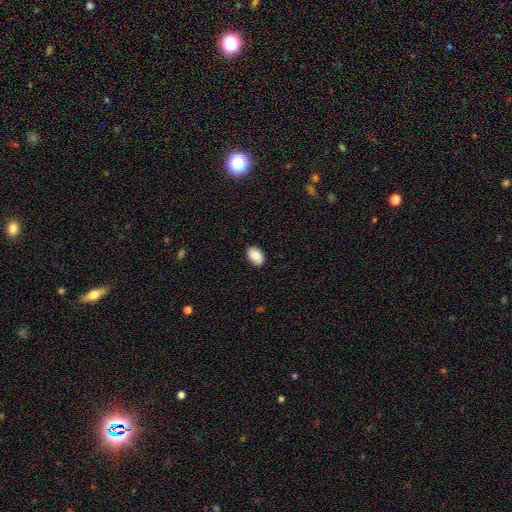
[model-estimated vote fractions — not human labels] smooth-or-featured: smooth: 82% | featured or disk: 10% | star or artifact: 7%
  how-rounded: in between: 84% | round: 15% | cigar-shaped: 1%
  merging: none: 86% | minor disturbance: 11% | major disturbance: 2% | merger: 1%